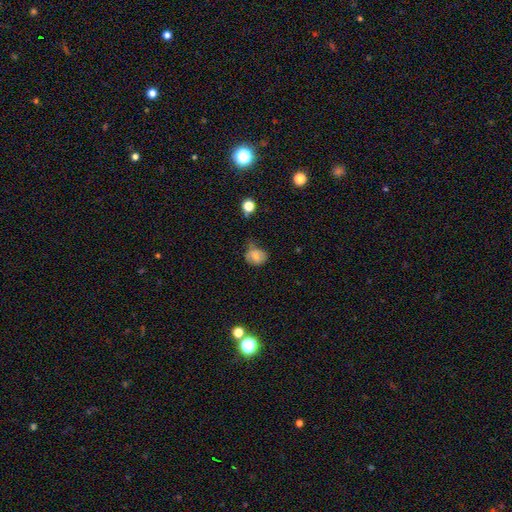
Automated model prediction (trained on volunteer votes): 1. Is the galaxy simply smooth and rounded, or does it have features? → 66% smooth, 24% featured or disk, 11% star or artifact.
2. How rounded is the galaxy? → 61% round, 38% in between, 1% cigar-shaped.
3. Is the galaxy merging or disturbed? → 49% none, 35% minor disturbance, 11% major disturbance, 4% merger.